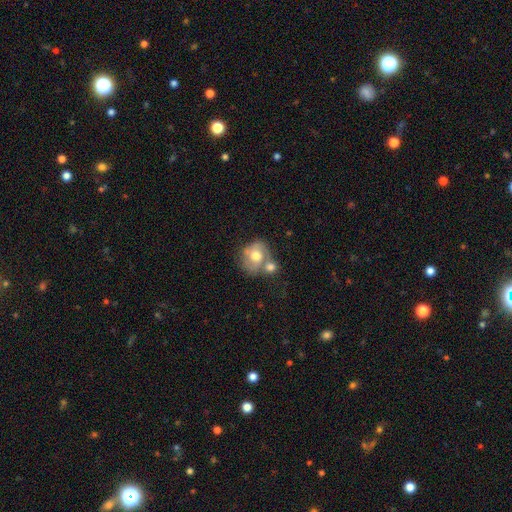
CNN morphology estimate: Overall: smooth (49%; featured or disk 43%). Merging: merger (45%; none 33%).